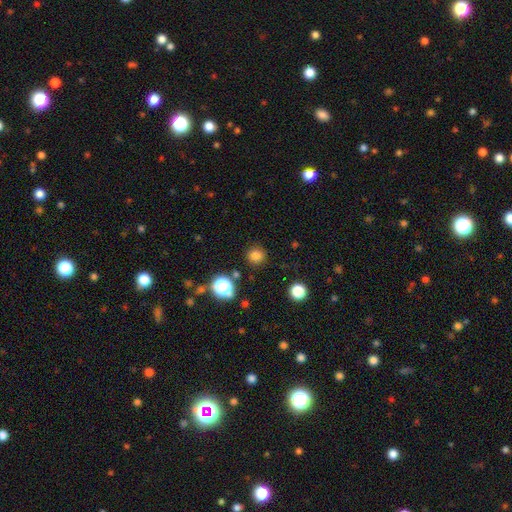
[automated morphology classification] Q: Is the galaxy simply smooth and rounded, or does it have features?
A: smooth — 79%.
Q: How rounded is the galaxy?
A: round — 93%.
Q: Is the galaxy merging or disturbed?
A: none — 89%.